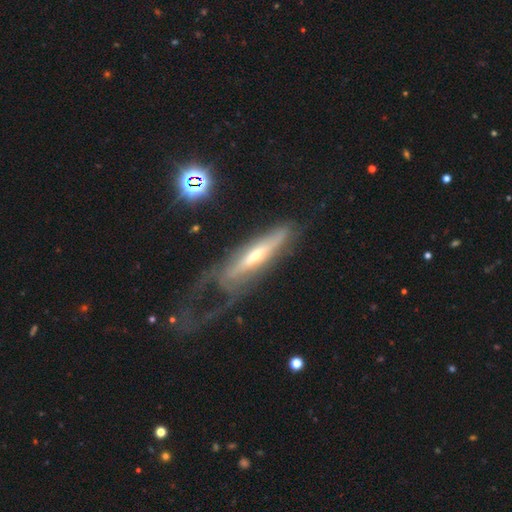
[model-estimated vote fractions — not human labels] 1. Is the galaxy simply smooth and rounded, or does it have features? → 71% featured or disk, 22% smooth, 8% star or artifact.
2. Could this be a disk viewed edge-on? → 55% yes, 45% no.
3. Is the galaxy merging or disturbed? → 53% major disturbance, 25% none, 20% minor disturbance, 3% merger.